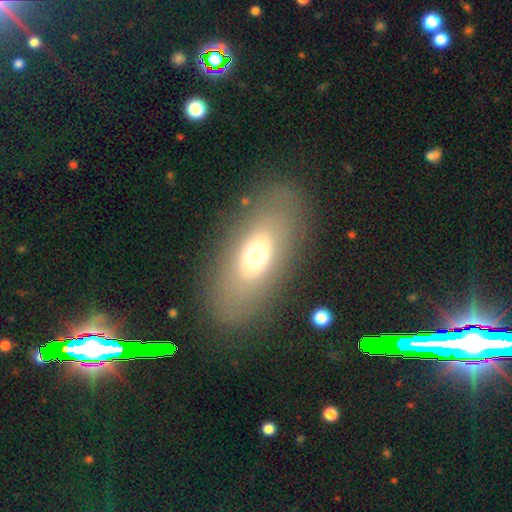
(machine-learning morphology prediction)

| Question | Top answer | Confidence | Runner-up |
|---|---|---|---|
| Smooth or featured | smooth | 58% | featured or disk (32%) |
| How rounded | in between | 82% | cigar-shaped (9%) |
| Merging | none | 82% | minor disturbance (10%) |